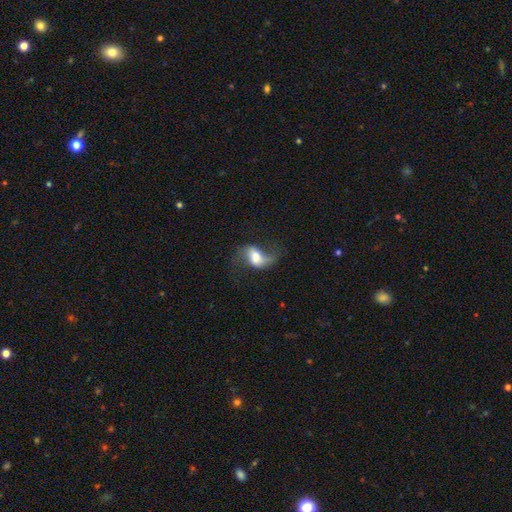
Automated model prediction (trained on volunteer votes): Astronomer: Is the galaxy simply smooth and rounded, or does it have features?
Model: featured or disk — 64%.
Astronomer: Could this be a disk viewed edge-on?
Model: no — 94%.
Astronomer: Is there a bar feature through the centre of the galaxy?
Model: weak — 41% (runner-up: no, 31%).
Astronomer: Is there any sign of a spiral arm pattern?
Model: yes — 87%.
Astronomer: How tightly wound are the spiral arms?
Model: loose — 81%.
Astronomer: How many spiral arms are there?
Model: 2 — 86%.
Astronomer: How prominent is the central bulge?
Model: moderate — 45% (runner-up: large, 28%).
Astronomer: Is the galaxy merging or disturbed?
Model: none — 54%.